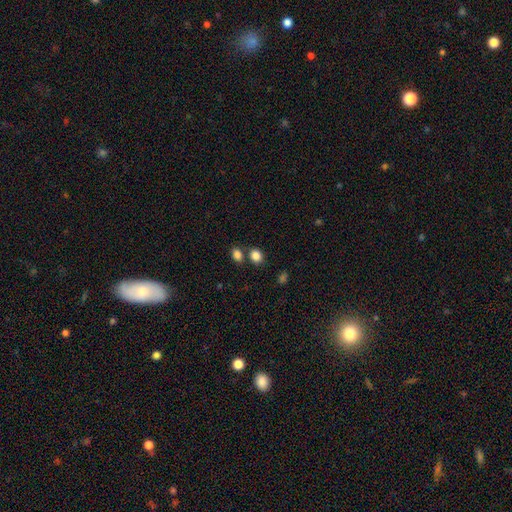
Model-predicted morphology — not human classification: smooth_or_featured: smooth (p=0.85) [alt: star or artifact p=0.10]
how_rounded: round (p=0.59) [alt: in between p=0.40]
merging: none (p=0.68) [alt: merger p=0.19]